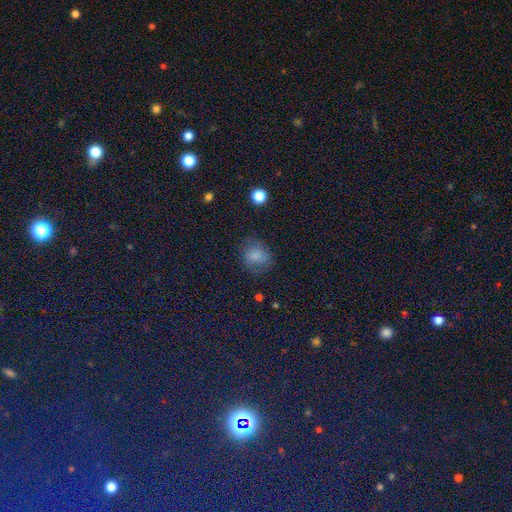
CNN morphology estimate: type=smooth (72%); roundness=round (64%); merging=none (68%).